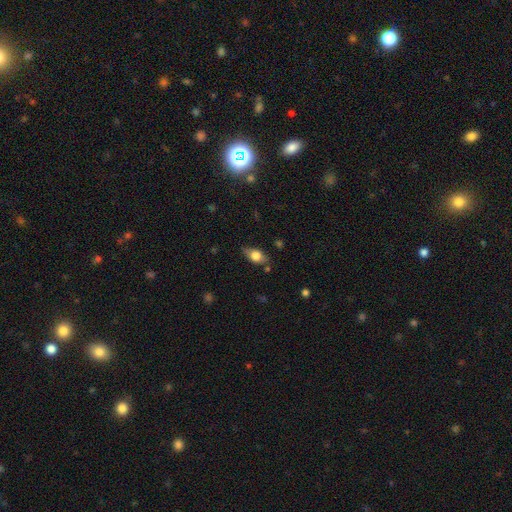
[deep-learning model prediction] Q: Smooth or featured?
A: smooth (68%); runner-up: featured or disk (24%)
Q: How rounded?
A: in between (81%); runner-up: round (12%)
Q: Merging?
A: none (73%); runner-up: minor disturbance (20%)